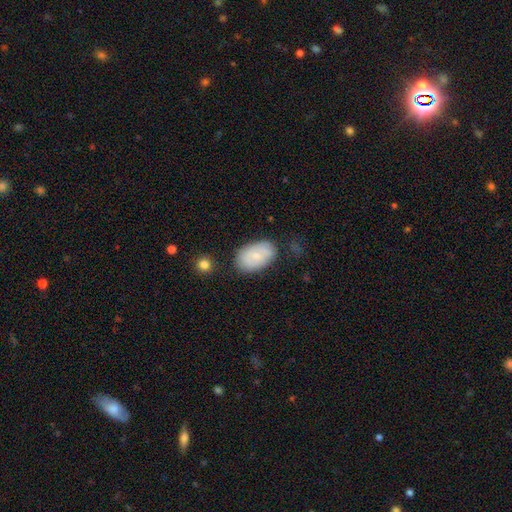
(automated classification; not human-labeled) This appears to be a smooth galaxy with no disk features (68%) that is in between round and cigar-shaped (91%). Merging: none (74%).